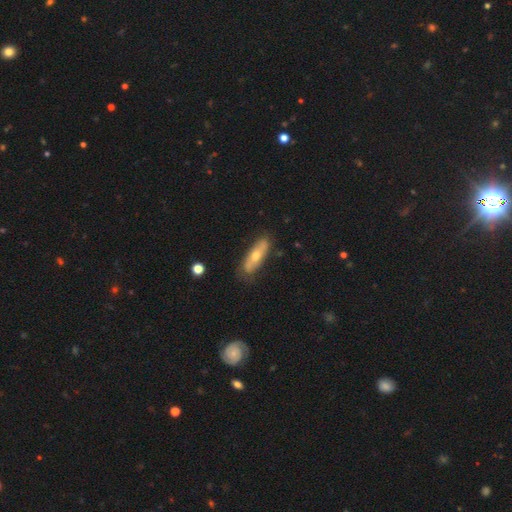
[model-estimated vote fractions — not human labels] Morphology: type=featured or disk (47%, tied with smooth); merging=none (78%).